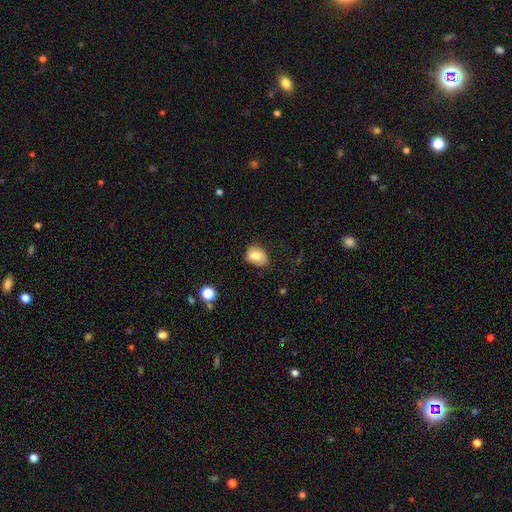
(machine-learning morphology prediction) smooth_or_featured: smooth (p=0.80) [alt: featured or disk p=0.11]
how_rounded: in between (p=0.62) [alt: round p=0.37]
merging: none (p=0.66) [alt: minor disturbance p=0.25]